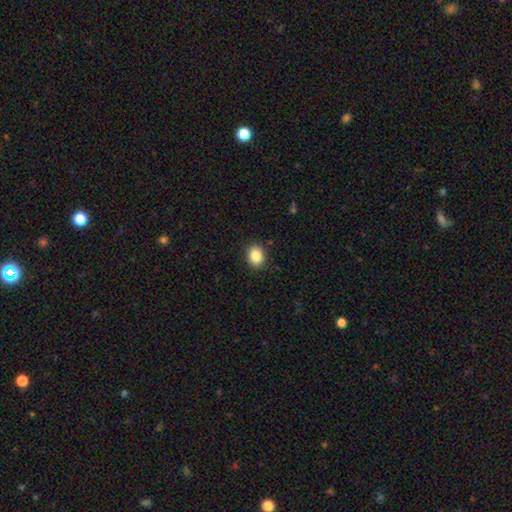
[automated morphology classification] smooth_or_featured: smooth (p=0.86) [alt: star or artifact p=0.09]
how_rounded: in between (p=0.56) [alt: round p=0.43]
merging: none (p=0.89) [alt: minor disturbance p=0.07]